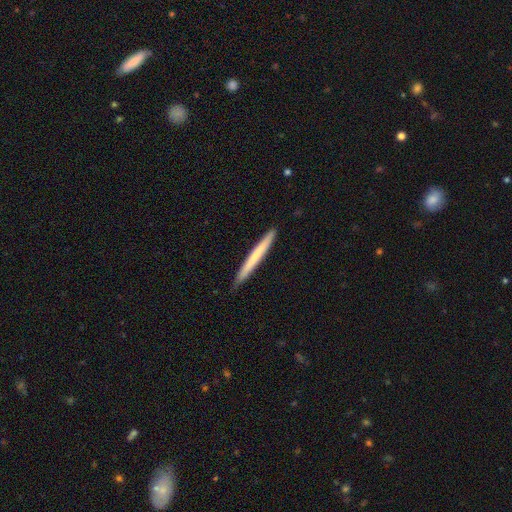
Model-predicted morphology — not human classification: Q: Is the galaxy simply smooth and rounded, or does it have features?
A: smooth — 62%.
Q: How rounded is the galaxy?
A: cigar-shaped — 97%.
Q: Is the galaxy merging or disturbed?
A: none — 90%.